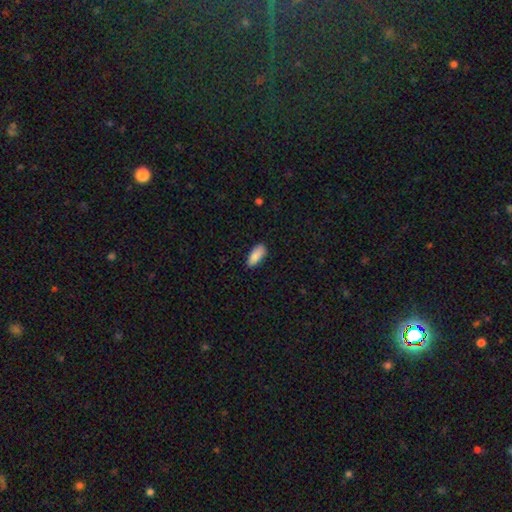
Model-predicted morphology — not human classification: The model was most divided on "merging": none: 80%, minor disturbance: 16%, major disturbance: 2%, merger: 1%. More confident: smooth or featured — smooth (89%); how rounded — in between (86%).